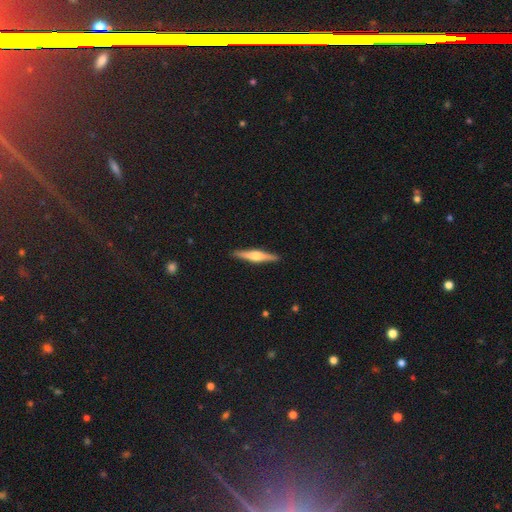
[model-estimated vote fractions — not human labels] The model was most divided on "smooth or featured": featured or disk: 64%, smooth: 30%, star or artifact: 6%. More confident: edge-on disk — yes (97%); merging — none (92%); edge-on bulge — rounded (85%).